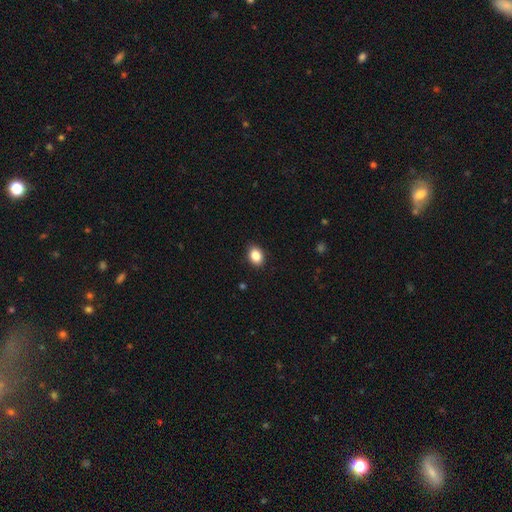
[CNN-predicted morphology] Smooth or featured? smooth (86%)
How rounded? in between (67%)
Merging? none (89%)